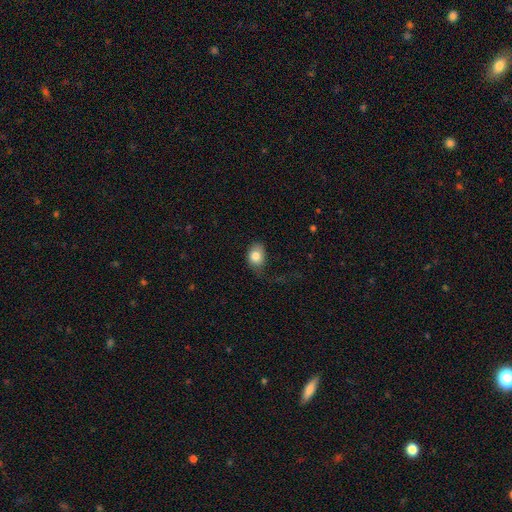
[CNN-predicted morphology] Smooth or featured? Predicted: smooth (p=0.82). How rounded? Predicted: in between (p=0.58). Merging? Predicted: none (p=0.50).